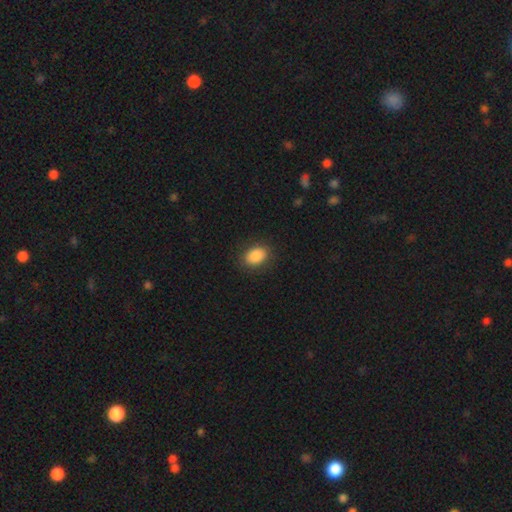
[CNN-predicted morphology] Smooth or featured: smooth — 87% (star or artifact — 8%)
How rounded: in between — 75% (round — 24%)
Merging: none — 86% (minor disturbance — 10%)